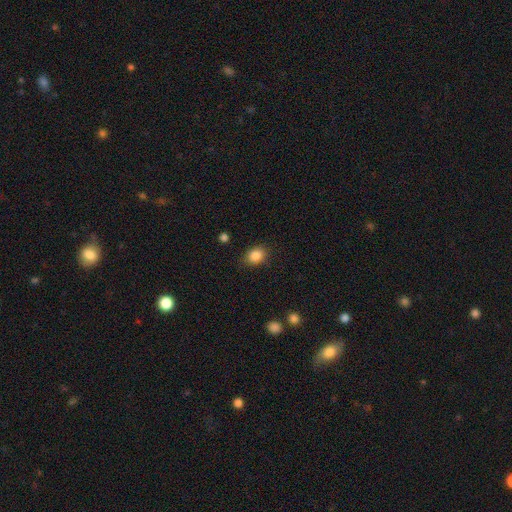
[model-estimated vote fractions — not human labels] smooth-or-featured: smooth: 86% | star or artifact: 9% | featured or disk: 4%
  how-rounded: in between: 55% | round: 44% | cigar-shaped: 1%
  merging: none: 83% | minor disturbance: 12% | major disturbance: 3% | merger: 1%